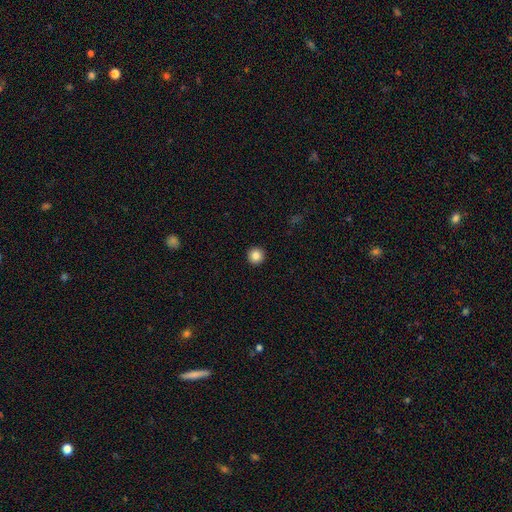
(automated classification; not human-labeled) Smooth or featured?
  - smooth: 85% *
  - star or artifact: 10%
  - featured or disk: 5%
How rounded?
  - round: 96% *
  - in between: 3%
  - cigar-shaped: 1%
Merging?
  - none: 94% *
  - minor disturbance: 4%
  - major disturbance: 1%
  - merger: 1%